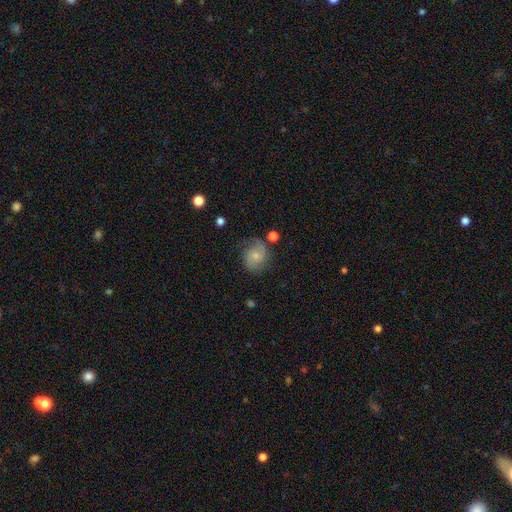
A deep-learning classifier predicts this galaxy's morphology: Smooth or featured: featured or disk — 57% (smooth — 34%)
Edge-on disk: no — 97% (yes — 3%)
Bar: no — 67% (weak — 29%)
Spiral arms: yes — 90% (no — 10%)
Spiral winding: medium — 46% (tight — 28%)
Spiral arm count: 2 — 78% (can't tell — 10%)
Bulge size: small — 54% (moderate — 36%)
Merging: none — 67% (minor disturbance — 21%)